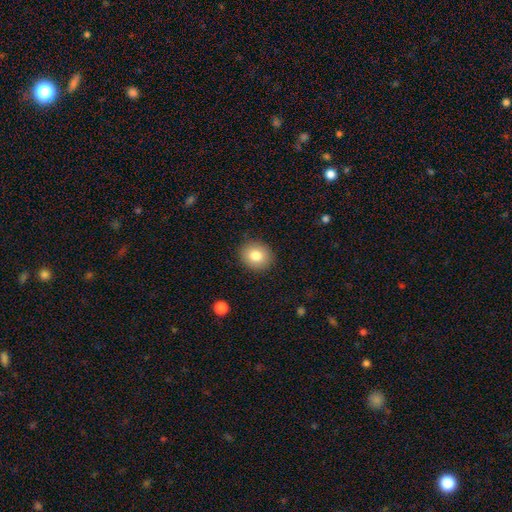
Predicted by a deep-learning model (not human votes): Overall: smooth (82%). How rounded: round (73%). Merging: none (90%).